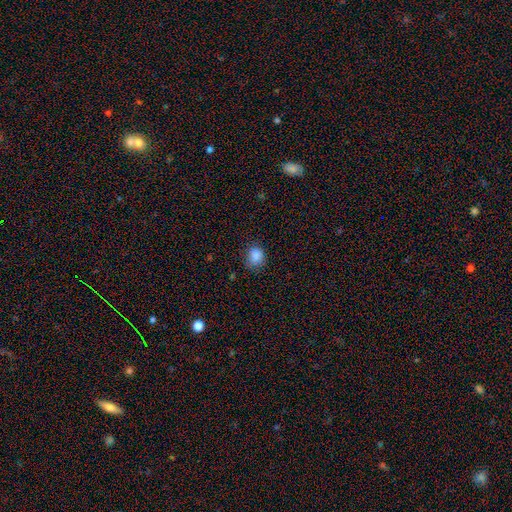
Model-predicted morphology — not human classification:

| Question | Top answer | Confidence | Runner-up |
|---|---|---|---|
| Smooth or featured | smooth | 85% | star or artifact (10%) |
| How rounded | round | 66% | in between (33%) |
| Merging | none | 71% | minor disturbance (22%) |